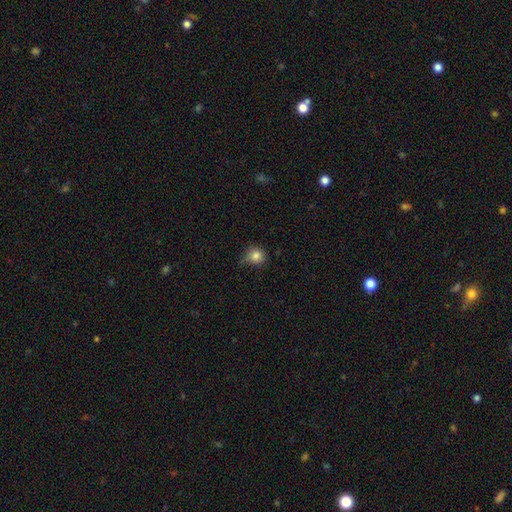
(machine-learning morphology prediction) Overall: smooth (82%). How rounded: round (86%). Merging: none (59%; minor disturbance 29%).